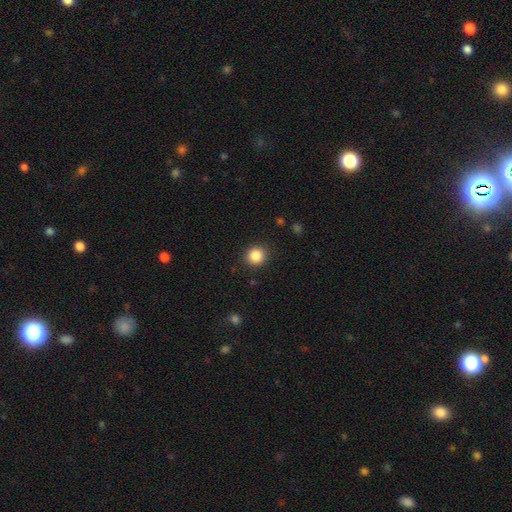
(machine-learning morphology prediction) The model was most divided on "smooth or featured": smooth: 86%, star or artifact: 10%, featured or disk: 4%. More confident: merging — none (90%); how rounded — round (90%).